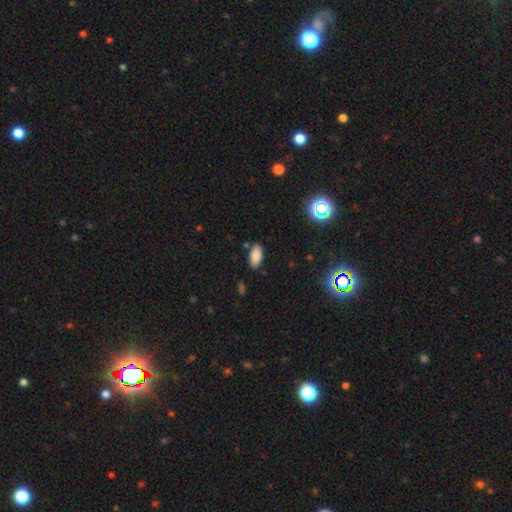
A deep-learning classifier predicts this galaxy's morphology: type=smooth (85%); roundness=in between (92%); merging=none (83%).